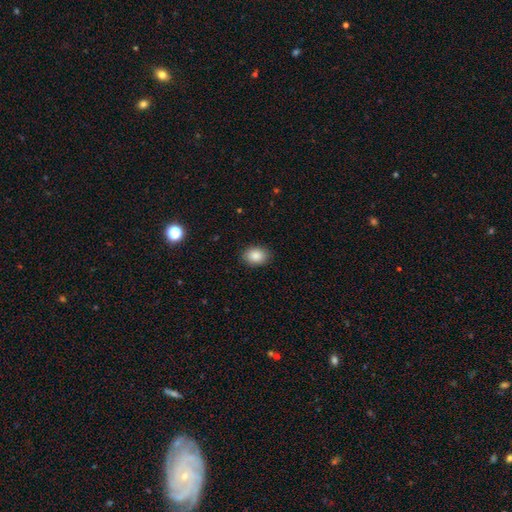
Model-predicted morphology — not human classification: smooth 87%, star or artifact 8%, featured or disk 5%. Down the decision tree: how rounded — in between (70%); merging — none (89%).